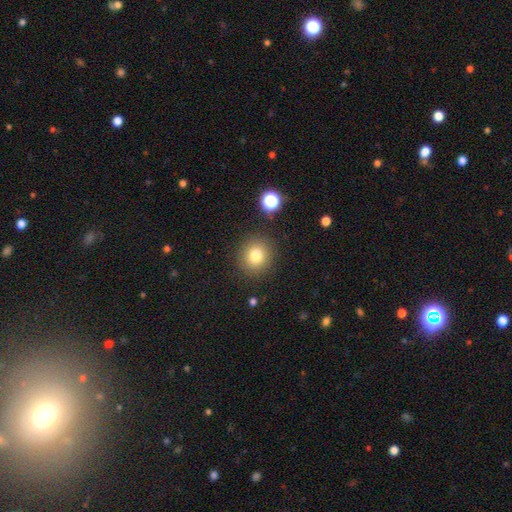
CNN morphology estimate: type=smooth (79%); roundness=round (88%); merging=none (88%).